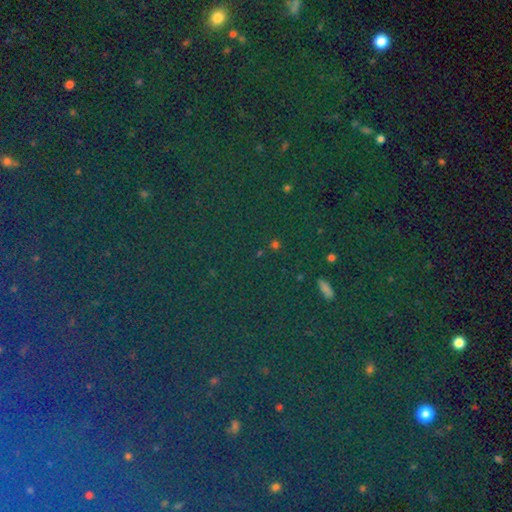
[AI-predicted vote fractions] smooth_or_featured: star or artifact (p=0.80) [alt: smooth p=0.12]